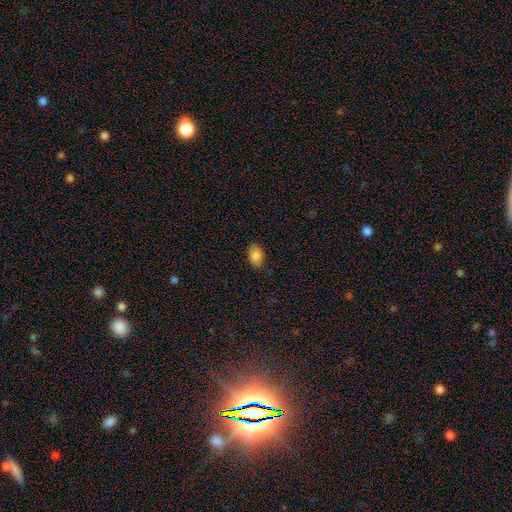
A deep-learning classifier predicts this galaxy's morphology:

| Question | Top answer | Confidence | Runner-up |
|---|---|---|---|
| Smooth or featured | smooth | 86% | star or artifact (8%) |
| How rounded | in between | 89% | round (10%) |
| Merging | none | 87% | minor disturbance (10%) |